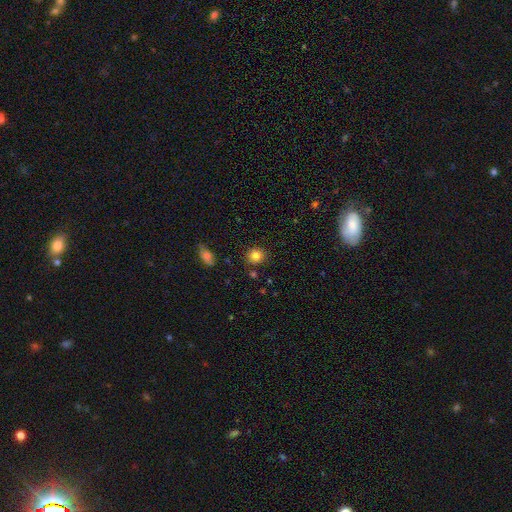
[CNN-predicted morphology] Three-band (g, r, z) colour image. It shows a smooth galaxy with no disk features (83%) that is round (84%). Merging: none (86%).